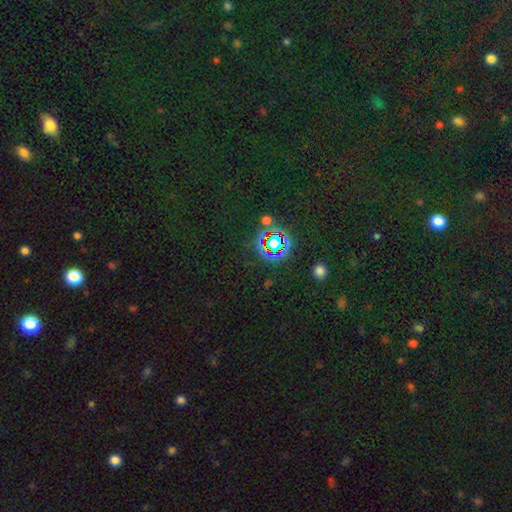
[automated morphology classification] This appears to be a star or artifact, not a galaxy (71%).